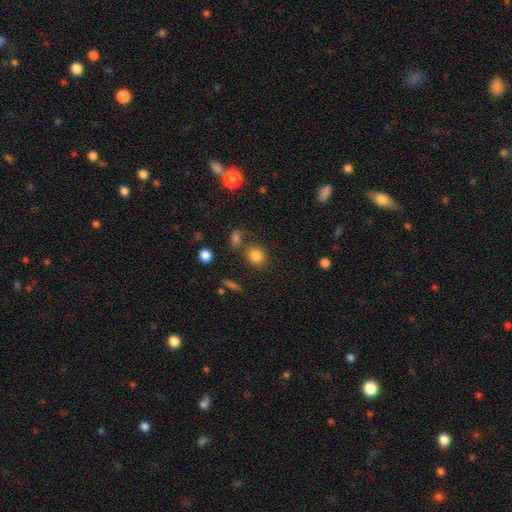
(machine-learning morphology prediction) Q: Smooth or featured?
A: smooth (81%); runner-up: star or artifact (11%)
Q: How rounded?
A: round (75%); runner-up: in between (23%)
Q: Merging?
A: none (70%); runner-up: merger (15%)